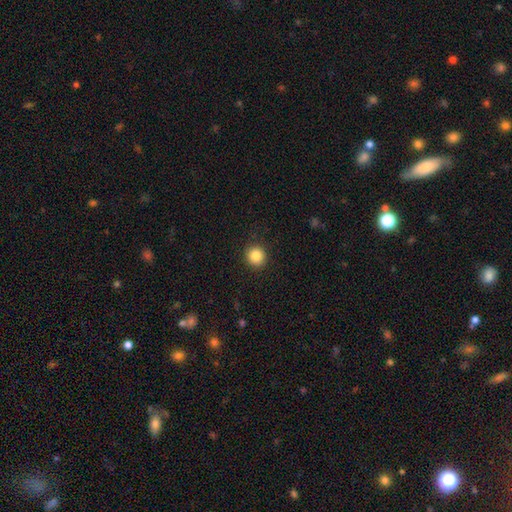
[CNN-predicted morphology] This appears to be a smooth galaxy with no disk features (85%) that is round (91%). Merging: none (91%).